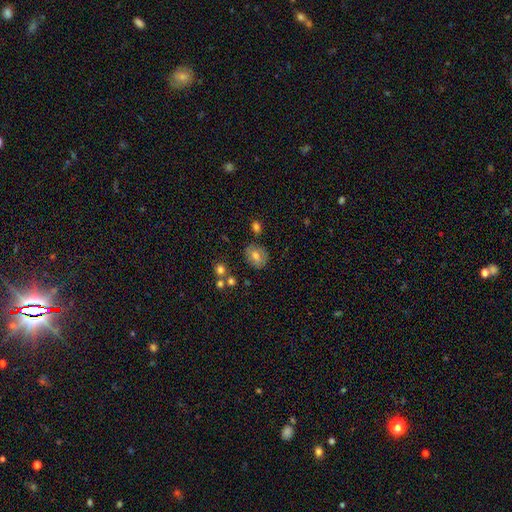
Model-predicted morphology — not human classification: A smooth galaxy with no disk features (61%) that is round (57%). Merging: none (76%).